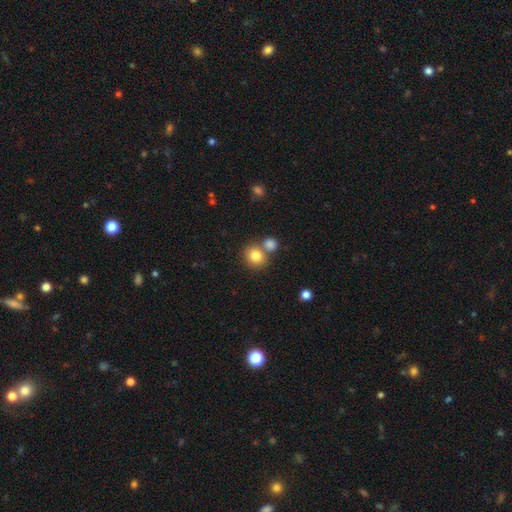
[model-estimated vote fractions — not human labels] A smooth galaxy with no disk features (82%) that is round (81%).

Vote fractions:
- Smooth or featured? smooth: 82% / star or artifact: 10% / featured or disk: 8%
- How rounded? round: 81% / in between: 18% / cigar-shaped: 1%
- Merging? none: 59% / merger: 31% / minor disturbance: 8% / major disturbance: 3%